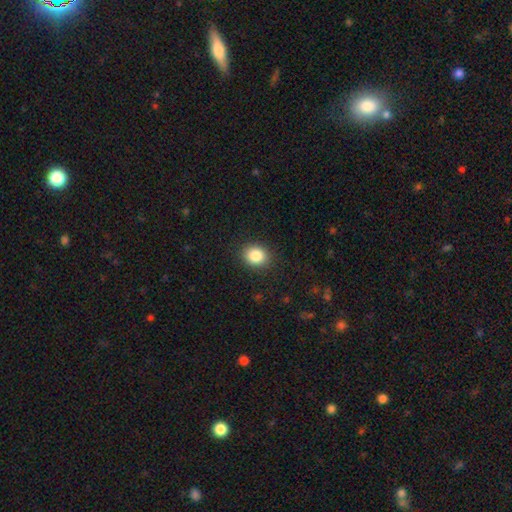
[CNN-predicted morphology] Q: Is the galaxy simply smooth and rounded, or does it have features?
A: smooth — 85%.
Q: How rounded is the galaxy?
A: round — 66%.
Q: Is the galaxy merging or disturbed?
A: none — 90%.